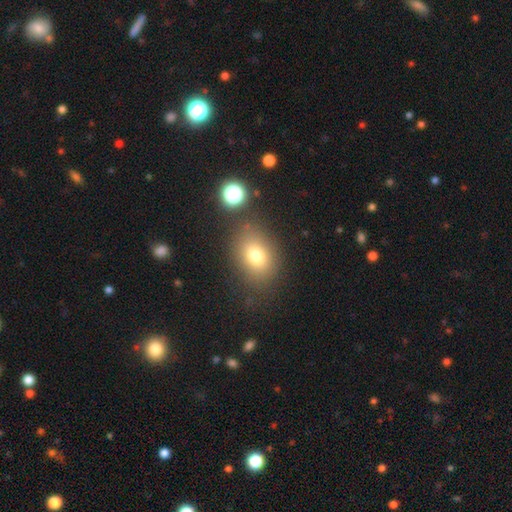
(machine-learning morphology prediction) smooth 76%, star or artifact 14%, featured or disk 11%. Down the decision tree: how rounded — in between (64%); merging — none (76%).